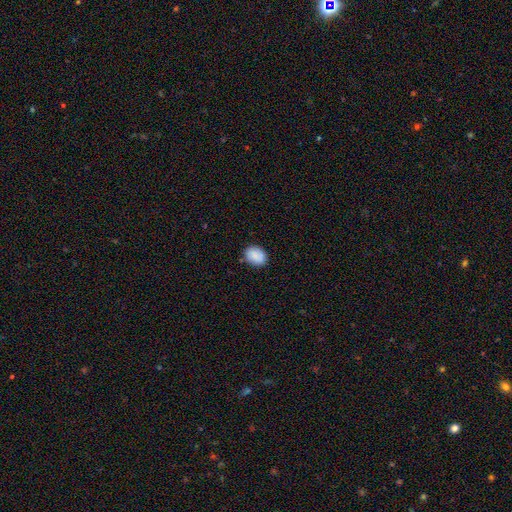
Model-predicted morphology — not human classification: Smooth or featured? smooth (87%)
How rounded? in between (66%)
Merging? none (83%)